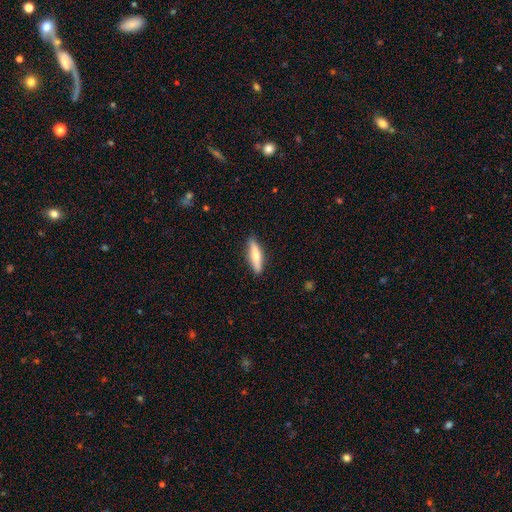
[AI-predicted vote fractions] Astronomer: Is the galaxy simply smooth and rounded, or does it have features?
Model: smooth — 60%.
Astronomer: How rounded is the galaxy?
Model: cigar-shaped — 72%.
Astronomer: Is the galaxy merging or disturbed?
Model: none — 88%.